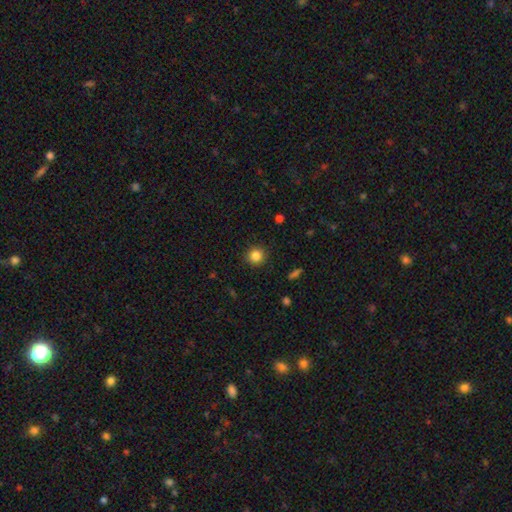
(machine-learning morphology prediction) type=smooth (84%); roundness=round (93%); merging=none (91%).